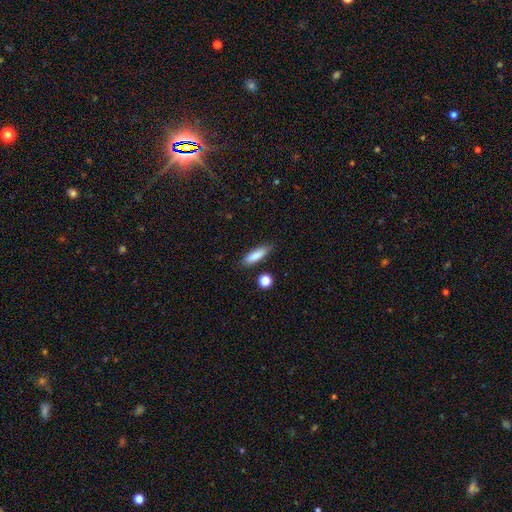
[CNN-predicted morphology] A smooth galaxy with no disk features (84%) that is cigar-shaped (57%).

Vote fractions:
- Smooth or featured? smooth: 84% / featured or disk: 9% / star or artifact: 7%
- How rounded? cigar-shaped: 57% / in between: 41% / round: 3%
- Merging? none: 82% / minor disturbance: 12% / merger: 3% / major disturbance: 3%